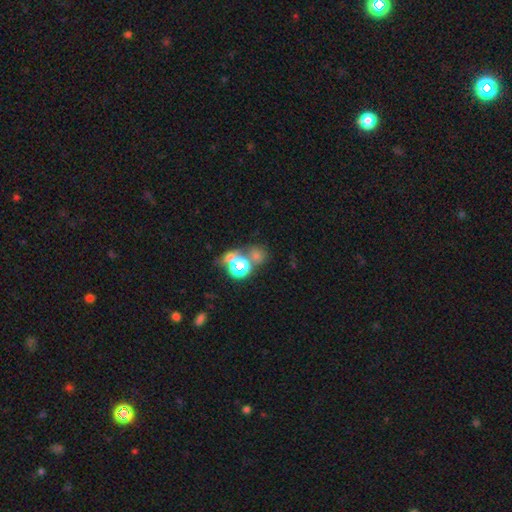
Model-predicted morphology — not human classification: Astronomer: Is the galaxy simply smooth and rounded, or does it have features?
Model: smooth — 46% (runner-up: star or artifact, 42%).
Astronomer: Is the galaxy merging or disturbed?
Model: none — 54%.